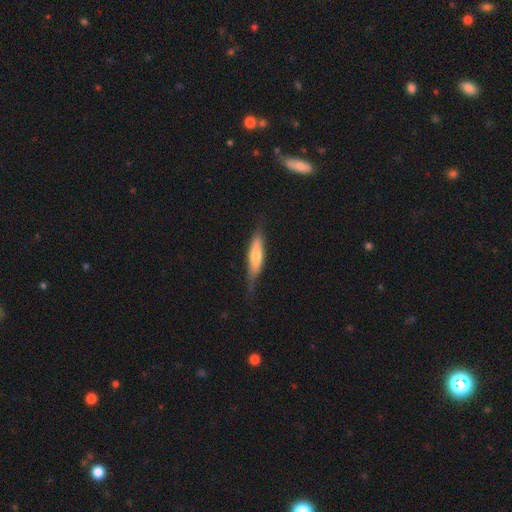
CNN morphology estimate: Q: Smooth or featured?
A: smooth (60%); runner-up: featured or disk (35%)
Q: How rounded?
A: cigar-shaped (69%); runner-up: in between (29%)
Q: Merging?
A: none (62%); runner-up: minor disturbance (28%)